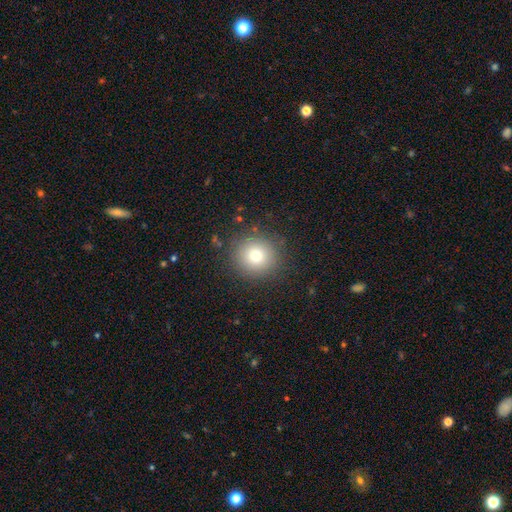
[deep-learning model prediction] Q: Smooth or featured?
A: smooth (76%); runner-up: star or artifact (14%)
Q: How rounded?
A: round (92%); runner-up: in between (7%)
Q: Merging?
A: none (88%); runner-up: minor disturbance (7%)